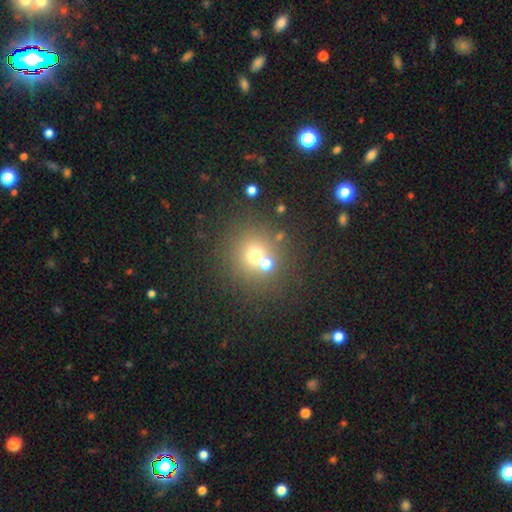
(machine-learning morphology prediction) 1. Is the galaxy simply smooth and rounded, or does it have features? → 63% smooth, 21% star or artifact, 15% featured or disk.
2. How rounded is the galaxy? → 90% round, 9% in between, 1% cigar-shaped.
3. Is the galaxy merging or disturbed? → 58% none, 31% merger, 7% minor disturbance, 4% major disturbance.